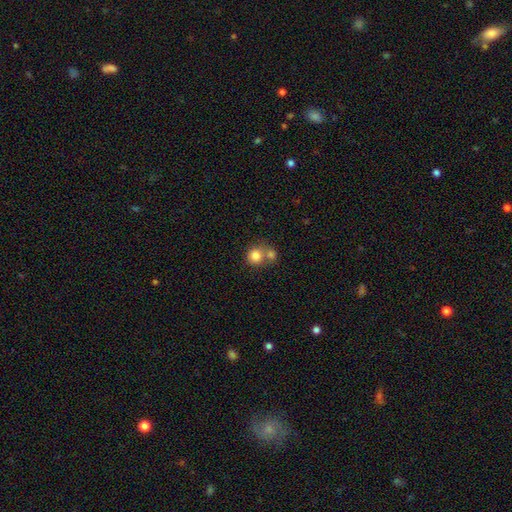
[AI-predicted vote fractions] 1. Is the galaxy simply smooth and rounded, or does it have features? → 81% smooth, 10% star or artifact, 9% featured or disk.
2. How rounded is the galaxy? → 87% round, 12% in between, 1% cigar-shaped.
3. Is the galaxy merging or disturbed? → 45% none (tied), 45% merger (tied), 7% minor disturbance, 3% major disturbance.